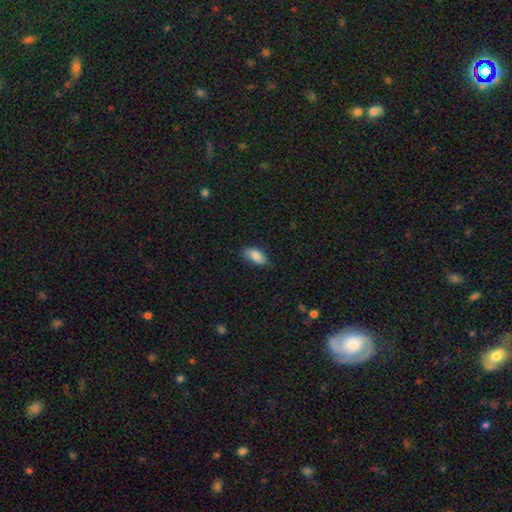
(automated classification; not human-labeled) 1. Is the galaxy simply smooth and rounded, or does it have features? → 85% smooth, 8% featured or disk, 7% star or artifact.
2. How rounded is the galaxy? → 89% in between, 8% cigar-shaped, 3% round.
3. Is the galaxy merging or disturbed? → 79% none, 17% minor disturbance, 3% major disturbance, 1% merger.